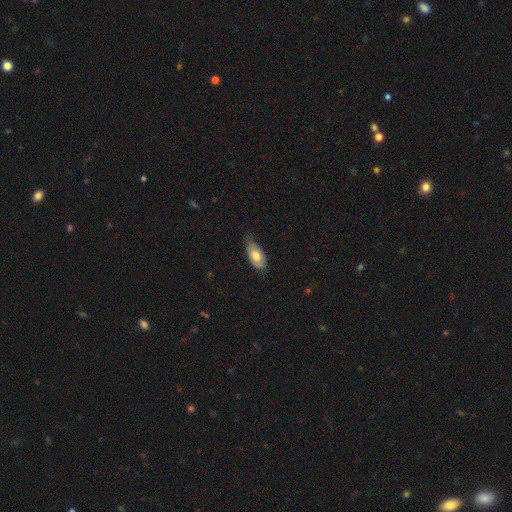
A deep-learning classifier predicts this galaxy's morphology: smooth_or_featured: smooth (p=0.69) [alt: featured or disk p=0.25]
how_rounded: in between (p=0.89) [alt: cigar-shaped p=0.08]
merging: none (p=0.54) [alt: minor disturbance p=0.37]